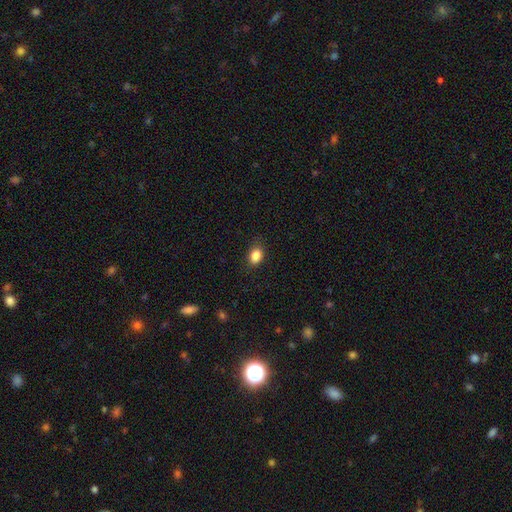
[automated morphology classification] Smooth or featured: smooth — 86% (star or artifact — 9%)
How rounded: in between — 77% (round — 22%)
Merging: none — 84% (minor disturbance — 12%)